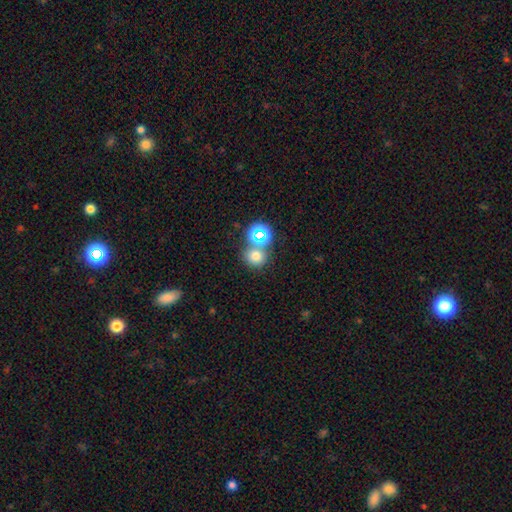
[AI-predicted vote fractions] Overall: smooth (70%). How rounded: round (84%). Merging: none (62%; merger 27%).